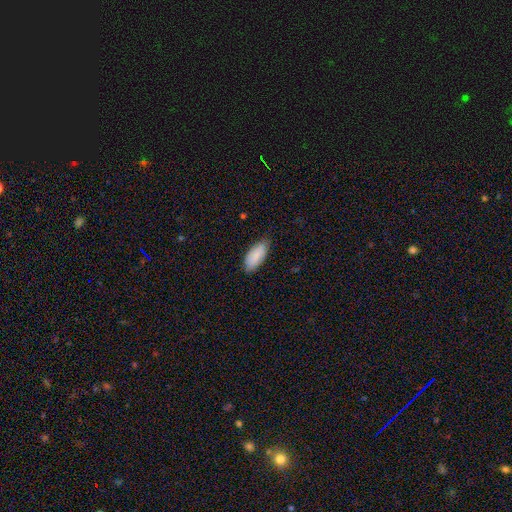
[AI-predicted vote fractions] Smooth or featured? Predicted: smooth (p=0.87). How rounded? Predicted: in between (p=0.89). Merging? Predicted: none (p=0.80).